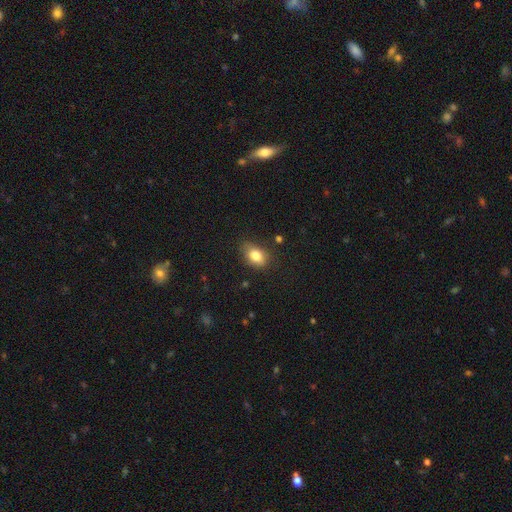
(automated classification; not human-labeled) Overall: smooth (82%). How rounded: in between (83%). Merging: none (74%).